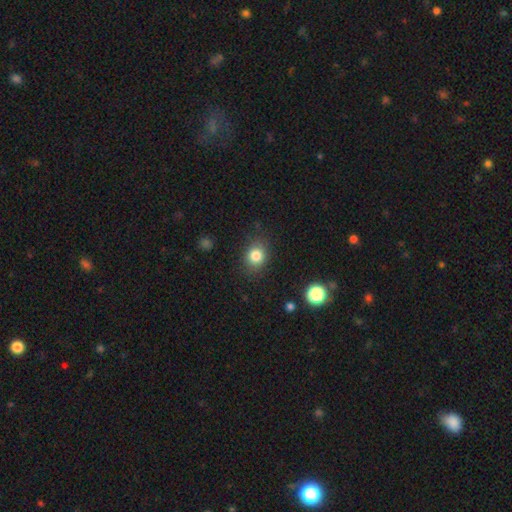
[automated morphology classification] Smooth or featured? smooth (83%)
How rounded? round (61%)
Merging? none (83%)